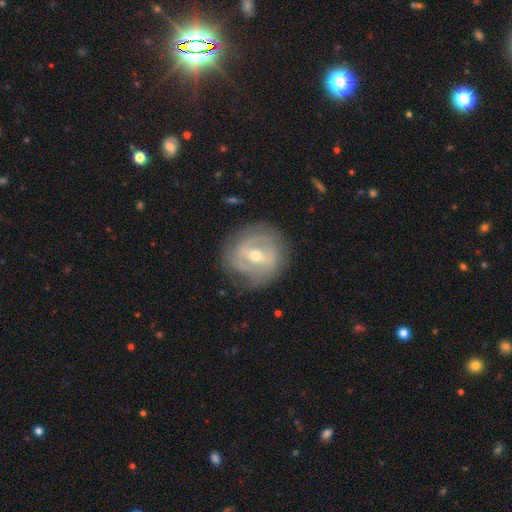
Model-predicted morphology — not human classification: This is likely a featured or disk galaxy (78%). It is clearly not viewed edge-on (95%). Bar: marginally strong (42%). Spiral arm pattern: likely yes (64%). Central bulge: possibly moderate (59%). Merging: likely none (78%).